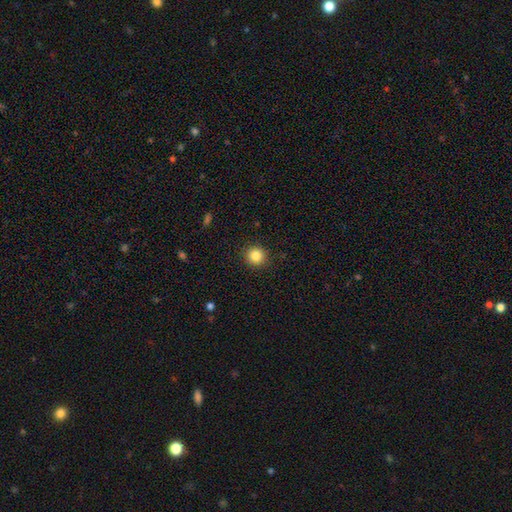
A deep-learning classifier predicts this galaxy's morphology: Smooth or featured?
  - smooth: 85% *
  - star or artifact: 10%
  - featured or disk: 5%
How rounded?
  - round: 93% *
  - in between: 6%
  - cigar-shaped: 1%
Merging?
  - none: 91% *
  - minor disturbance: 6%
  - major disturbance: 2%
  - merger: 1%